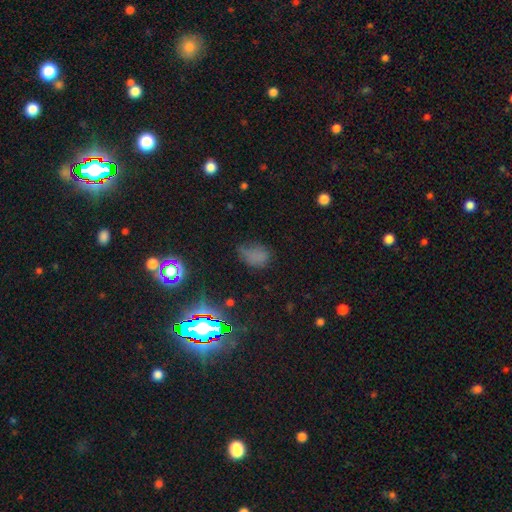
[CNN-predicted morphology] Overall: smooth (58%; star or artifact 30%). How rounded: in between (72%). Merging: none (47%; minor disturbance 31%).